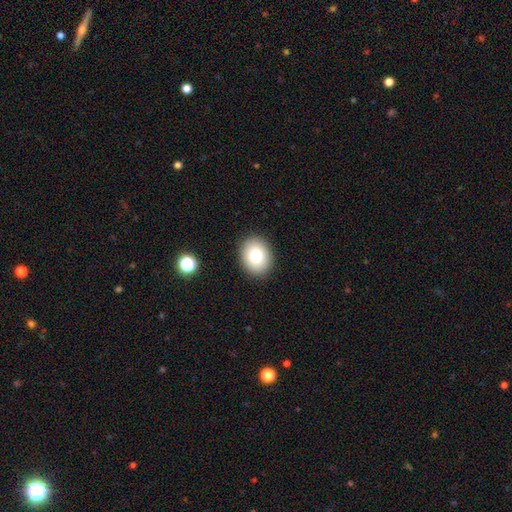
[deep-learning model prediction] Smooth or featured? smooth (79%)
How rounded? round (51%)
Merging? none (90%)